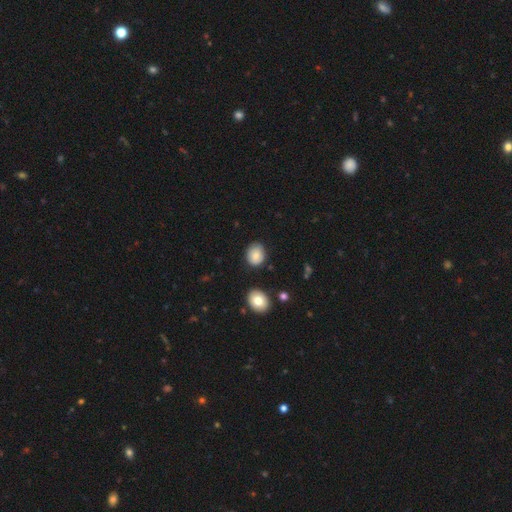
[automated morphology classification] type=smooth (82%); roundness=round (50%); merging=none (81%).